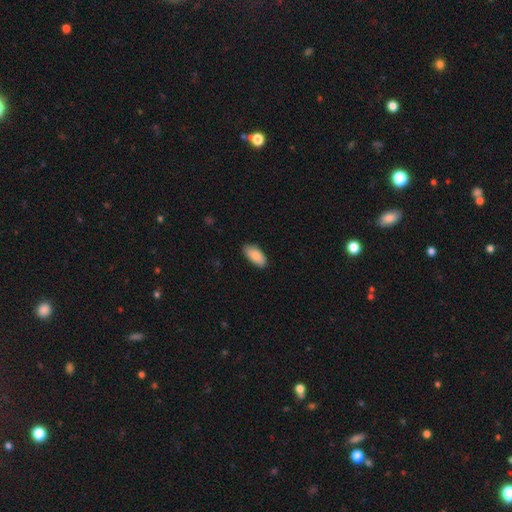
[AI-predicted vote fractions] smooth 86%, featured or disk 8%, star or artifact 6%. Down the decision tree: how rounded — in between (91%); merging — none (84%).